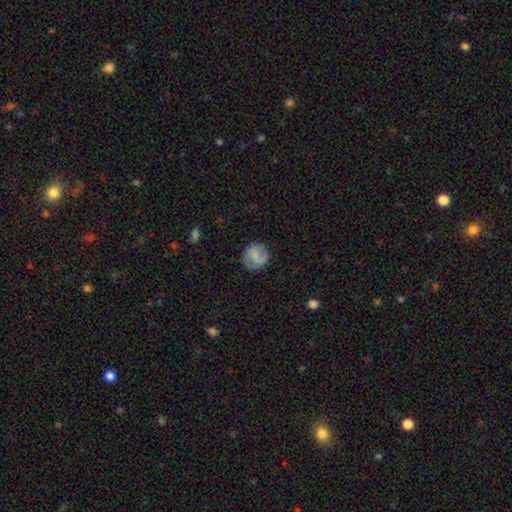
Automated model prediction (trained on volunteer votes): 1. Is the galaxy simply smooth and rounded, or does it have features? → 55% smooth, 37% featured or disk, 8% star or artifact.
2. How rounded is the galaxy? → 89% round, 10% in between, 1% cigar-shaped.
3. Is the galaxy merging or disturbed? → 76% none, 16% minor disturbance, 6% major disturbance, 1% merger.